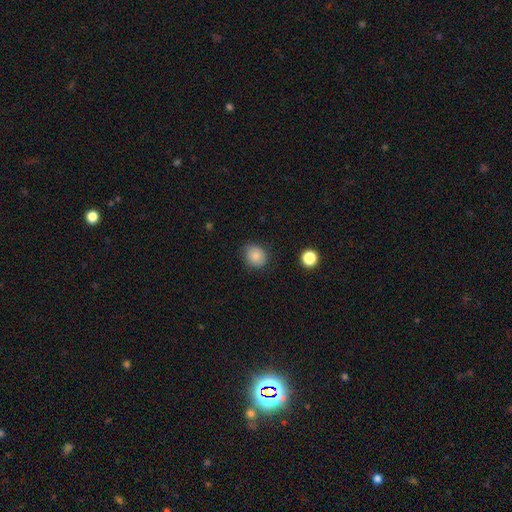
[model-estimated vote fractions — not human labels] Smooth or featured: smooth — 85% (star or artifact — 10%)
How rounded: round — 71% (in between — 28%)
Merging: none — 83% (minor disturbance — 12%)